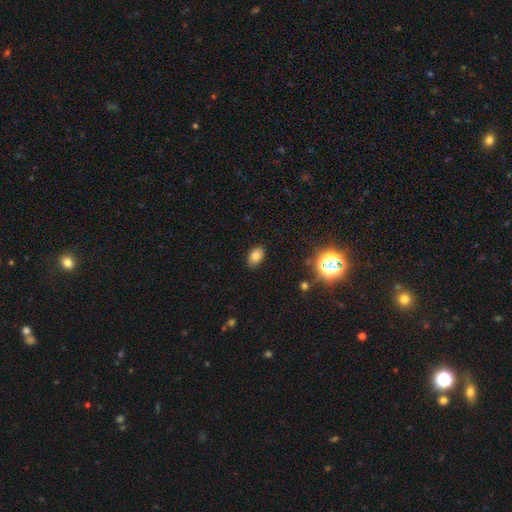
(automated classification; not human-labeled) This is likely a smooth galaxy (78%). How rounded: clearly in between (88%). Merging: clearly none (86%).